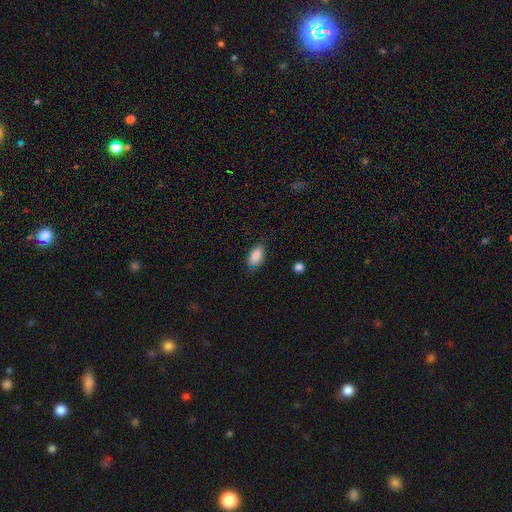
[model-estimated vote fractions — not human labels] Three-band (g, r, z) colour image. It shows a smooth galaxy with no disk features (85%) that is in between round and cigar-shaped (93%). Merging: none (77%).